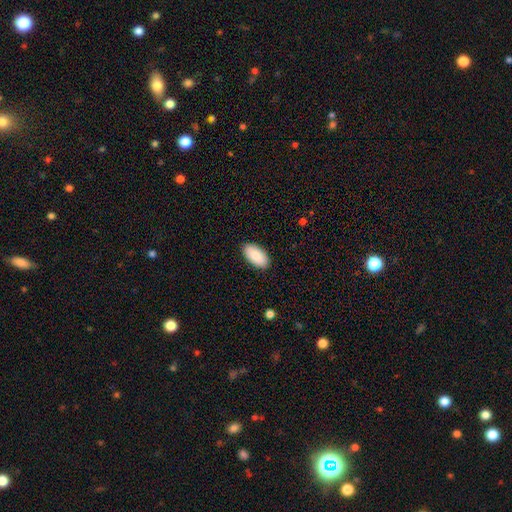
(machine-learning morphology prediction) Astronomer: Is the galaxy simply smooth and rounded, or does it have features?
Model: smooth — 87%.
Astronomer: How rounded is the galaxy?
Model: in between — 95%.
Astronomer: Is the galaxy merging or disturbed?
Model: none — 89%.